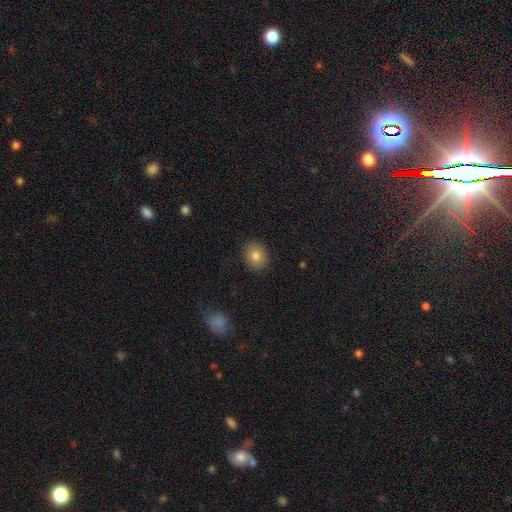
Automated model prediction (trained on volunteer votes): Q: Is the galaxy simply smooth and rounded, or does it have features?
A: smooth — 82%.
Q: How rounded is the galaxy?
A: round — 64%.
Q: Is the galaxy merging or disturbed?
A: none — 89%.